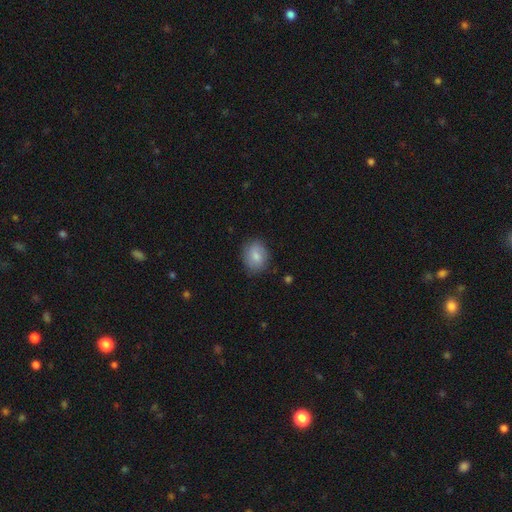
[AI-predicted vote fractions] The model was most divided on "how rounded": round: 51%, in between: 48%, cigar-shaped: 1%. More confident: merging — none (81%); smooth or featured — smooth (78%).